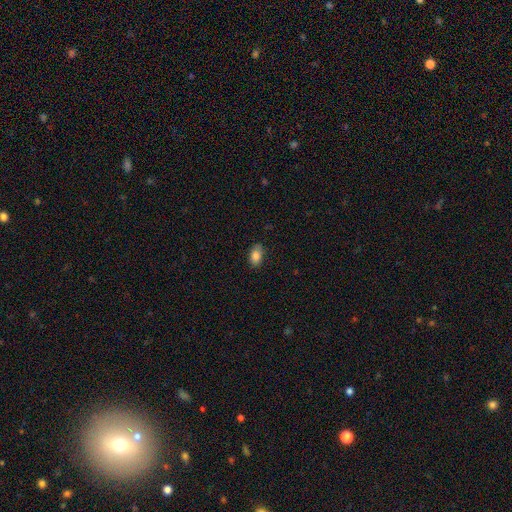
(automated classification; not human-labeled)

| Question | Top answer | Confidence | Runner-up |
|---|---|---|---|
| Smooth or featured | smooth | 86% | star or artifact (8%) |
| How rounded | in between | 90% | round (8%) |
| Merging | none | 83% | minor disturbance (14%) |